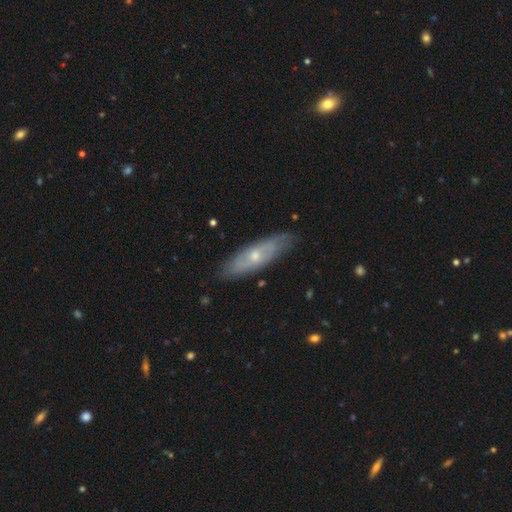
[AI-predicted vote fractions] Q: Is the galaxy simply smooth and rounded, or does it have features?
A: featured or disk — 54%.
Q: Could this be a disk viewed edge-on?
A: no — 61%.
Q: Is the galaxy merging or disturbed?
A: none — 84%.